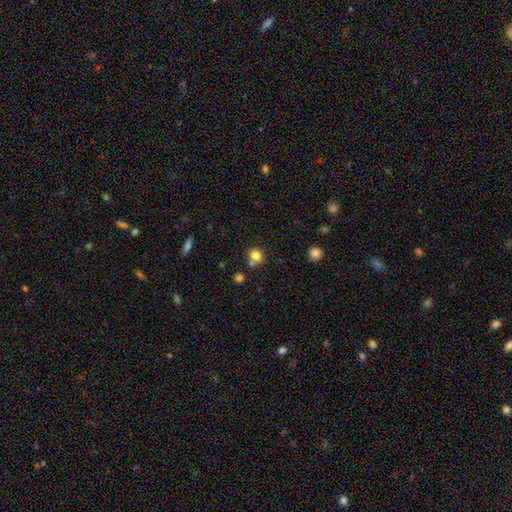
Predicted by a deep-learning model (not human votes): Morphology: type=smooth (80%); roundness=round (78%); merging=none (64%).